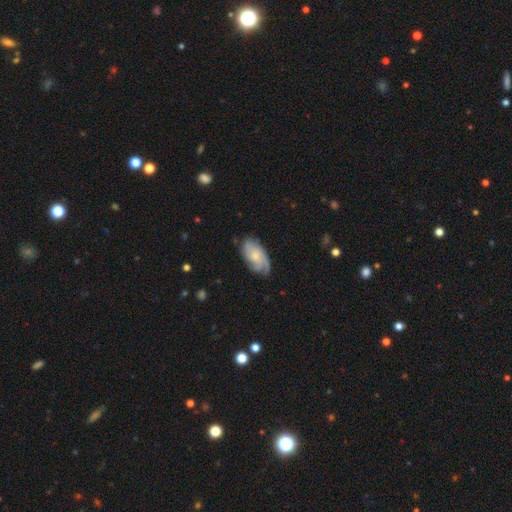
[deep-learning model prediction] Smooth or featured? featured or disk (56%)
Edge-on disk? no (94%)
Bar? no (78%)
Spiral arms? yes (87%)
Bulge size? small (56%)
Merging? none (68%)